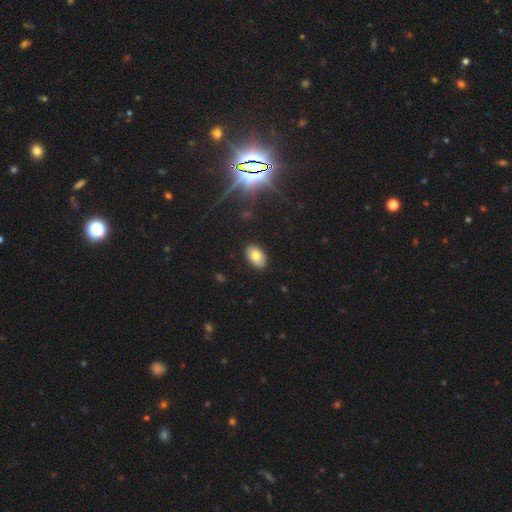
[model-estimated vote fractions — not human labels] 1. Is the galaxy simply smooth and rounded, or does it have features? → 76% smooth, 14% featured or disk, 10% star or artifact.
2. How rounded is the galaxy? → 92% in between, 7% round, 1% cigar-shaped.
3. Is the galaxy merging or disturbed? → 88% none, 9% minor disturbance, 2% major disturbance, 1% merger.